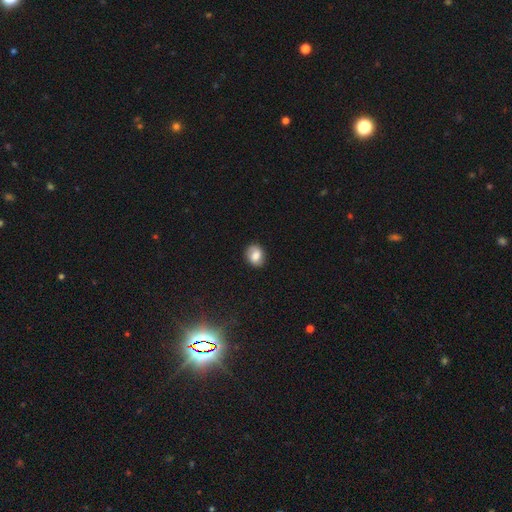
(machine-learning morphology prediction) The model was most divided on "how rounded": in between: 51%, round: 48%, cigar-shaped: 1%. More confident: merging — none (83%); smooth or featured — smooth (73%).